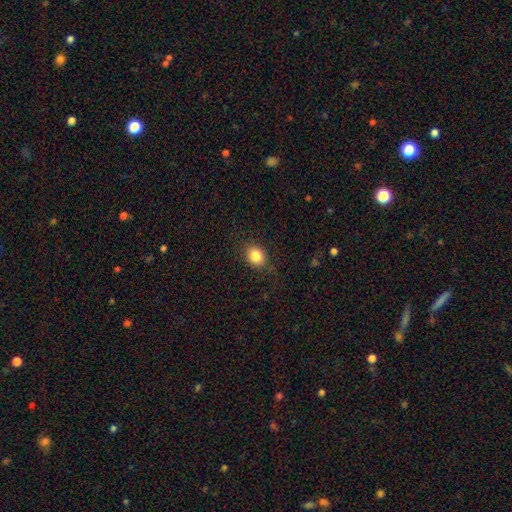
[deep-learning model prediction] This appears to be a smooth galaxy with no disk features (84%) that is round (59%). Merging: none (83%).